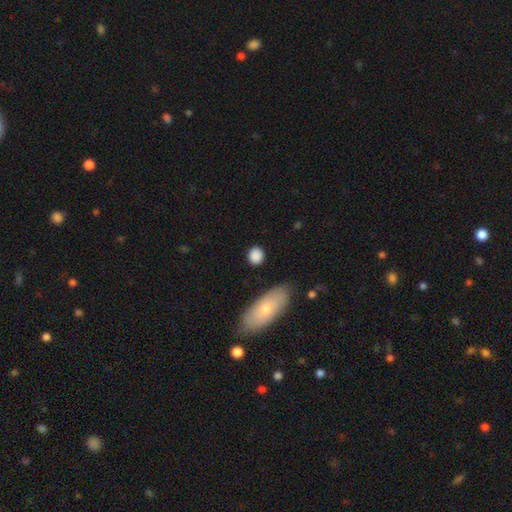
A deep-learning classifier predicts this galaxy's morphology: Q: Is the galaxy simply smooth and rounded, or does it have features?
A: smooth — 86%.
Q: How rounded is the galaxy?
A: round — 69%.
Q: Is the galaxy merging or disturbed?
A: none — 84%.